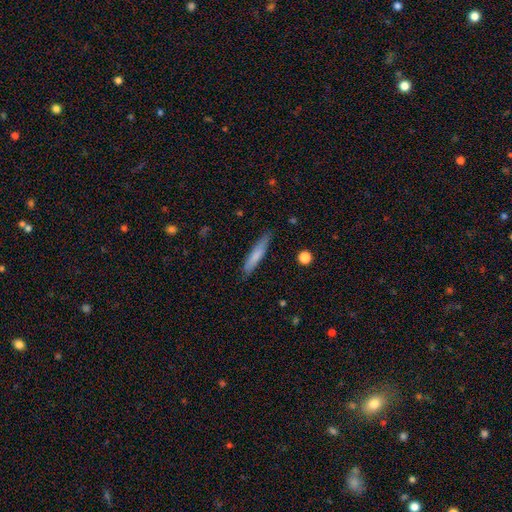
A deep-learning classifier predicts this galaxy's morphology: This appears to be a smooth galaxy with no disk features (72%) that is cigar-shaped (90%). Merging: none (83%).